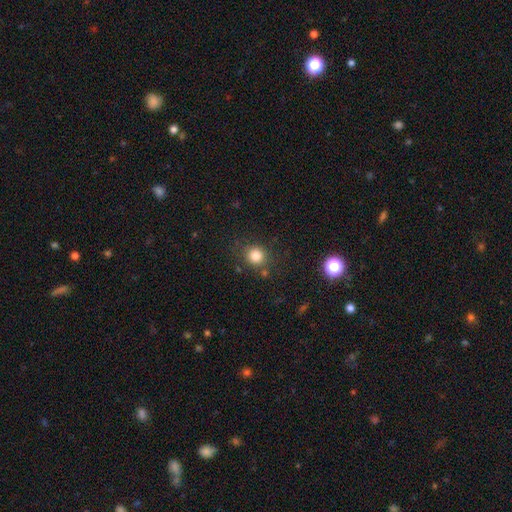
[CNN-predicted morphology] Q: Smooth or featured?
A: smooth (82%); runner-up: star or artifact (13%)
Q: How rounded?
A: round (85%); runner-up: in between (14%)
Q: Merging?
A: none (79%); runner-up: minor disturbance (11%)